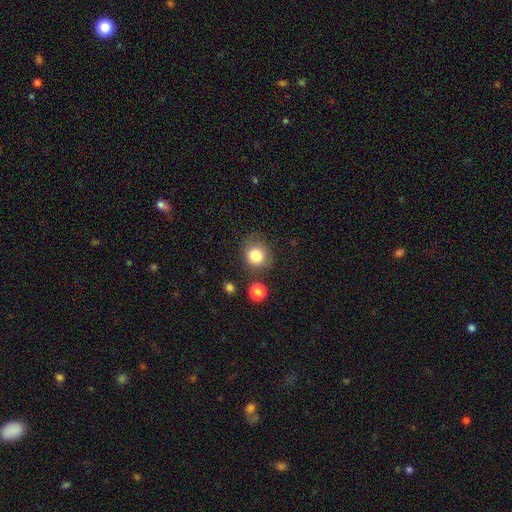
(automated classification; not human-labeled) Smooth or featured? smooth (83%)
How rounded? round (85%)
Merging? none (76%)